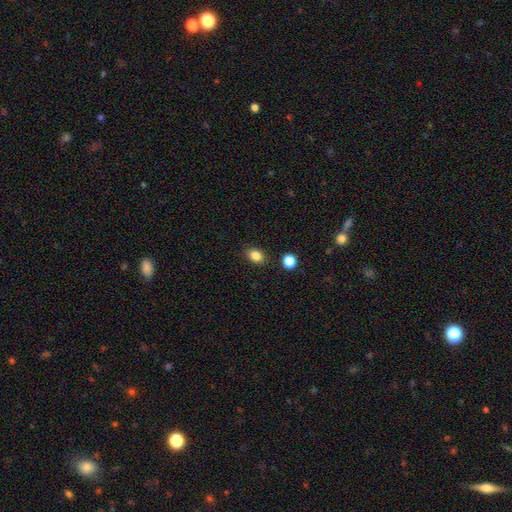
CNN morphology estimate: Smooth or featured? smooth (85%)
How rounded? in between (69%)
Merging? none (85%)